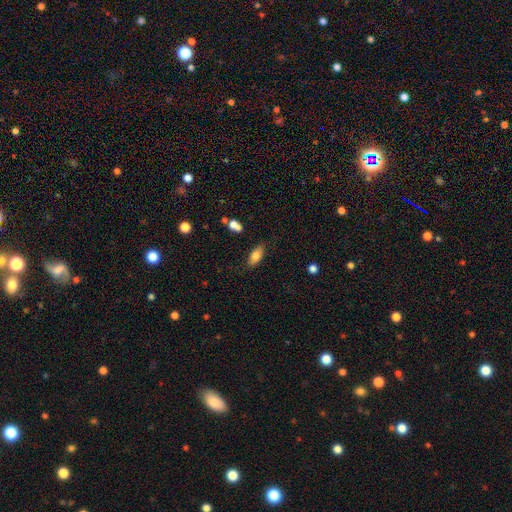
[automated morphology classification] This is likely a smooth galaxy (76%). How rounded: clearly in between (84%). Merging: clearly none (80%).